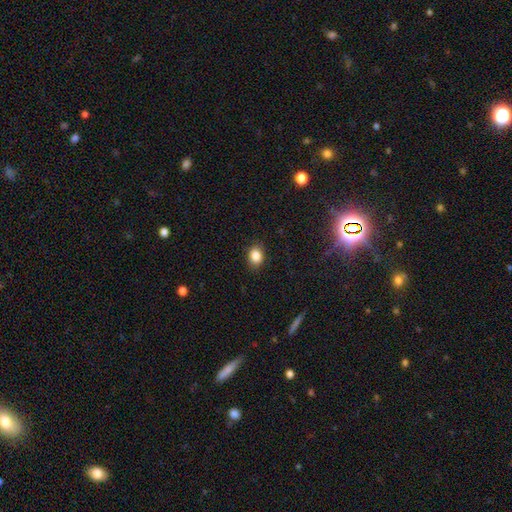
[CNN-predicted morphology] Smooth or featured? smooth (86%)
How rounded? in between (62%)
Merging? none (86%)